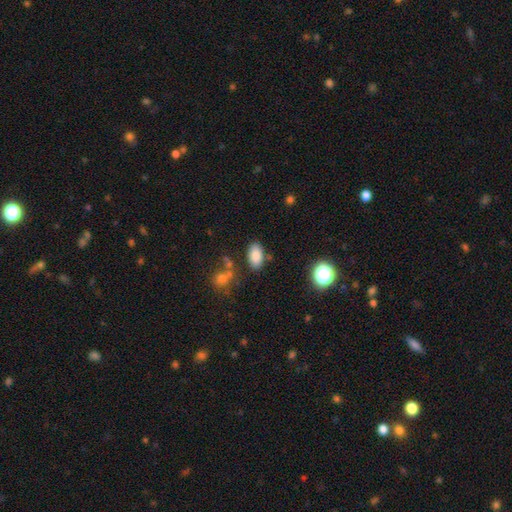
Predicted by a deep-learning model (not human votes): This is clearly a smooth galaxy (83%). How rounded: clearly in between (93%). Merging: likely none (80%).